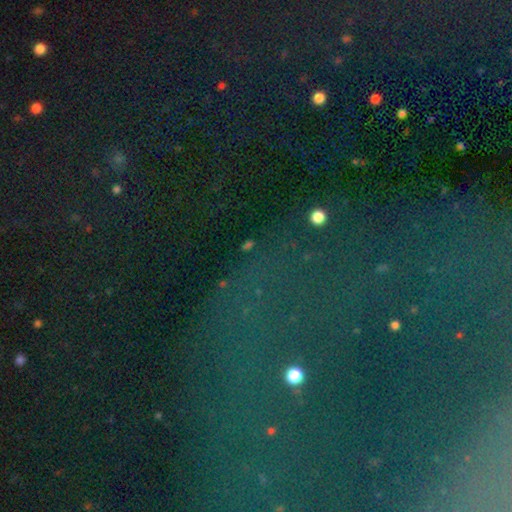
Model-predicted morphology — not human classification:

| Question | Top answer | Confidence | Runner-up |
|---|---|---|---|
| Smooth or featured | star or artifact | 80% | smooth (11%) |